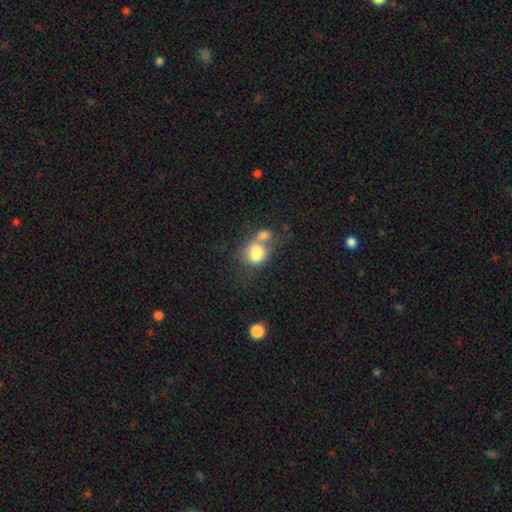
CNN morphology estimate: The model was most divided on "how rounded": in between: 62%, round: 37%, cigar-shaped: 1%. More confident: smooth or featured — smooth (72%); merging — merger (60%).